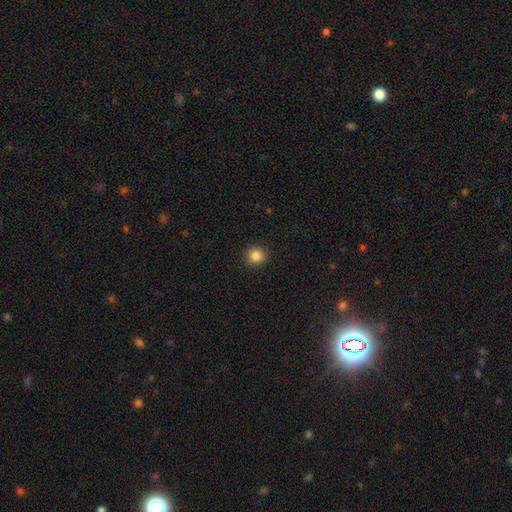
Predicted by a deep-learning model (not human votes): Smooth or featured: smooth — 86% (star or artifact — 11%)
How rounded: round — 90% (in between — 9%)
Merging: none — 92% (minor disturbance — 6%)